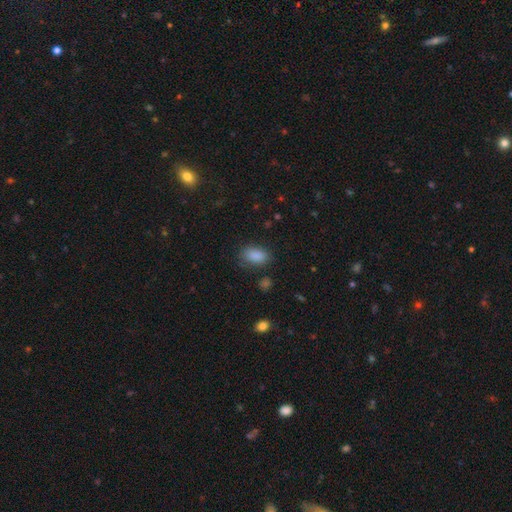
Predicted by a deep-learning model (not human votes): A smooth galaxy with no disk features (87%) that is in between round and cigar-shaped (88%). Merging: none (76%).